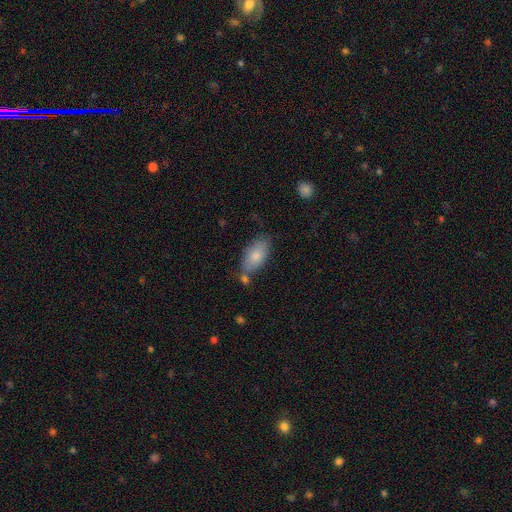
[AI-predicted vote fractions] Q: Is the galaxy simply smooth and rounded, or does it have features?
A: smooth — 80%.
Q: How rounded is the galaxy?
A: in between — 92%.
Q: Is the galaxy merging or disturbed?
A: none — 65%.